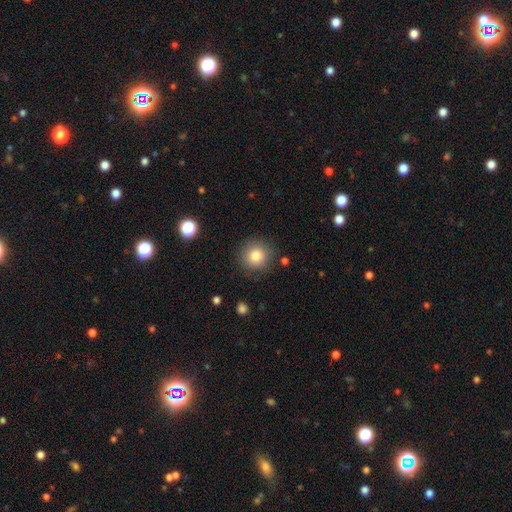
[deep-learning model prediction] smooth 83%, star or artifact 10%, featured or disk 7%. Down the decision tree: how rounded — round (93%); merging — none (87%).